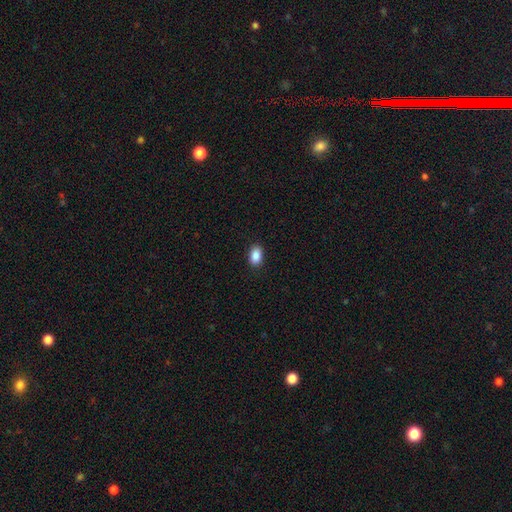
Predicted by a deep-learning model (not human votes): This appears to be a smooth galaxy with no disk features (88%) that is in between round and cigar-shaped (87%). Merging: none (90%).